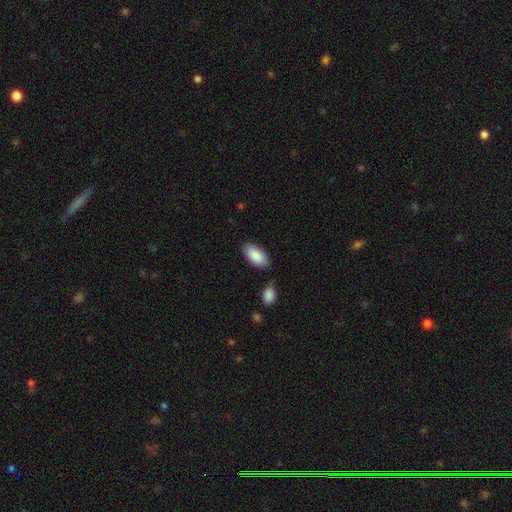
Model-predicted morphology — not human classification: Smooth or featured? Predicted: smooth (p=0.88). How rounded? Predicted: in between (p=0.94). Merging? Predicted: none (p=0.74).